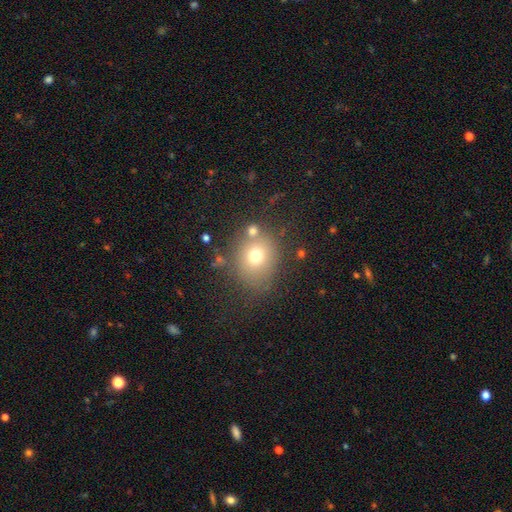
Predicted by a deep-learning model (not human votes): smooth_or_featured: smooth (p=0.70) [alt: star or artifact p=0.16]
how_rounded: round (p=0.76) [alt: in between p=0.23]
merging: none (p=0.68) [alt: minor disturbance p=0.14]